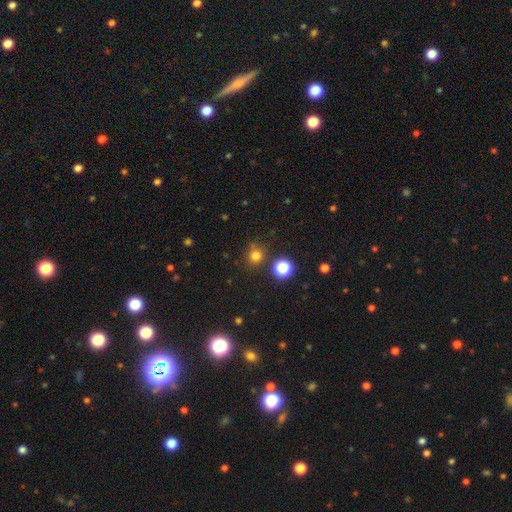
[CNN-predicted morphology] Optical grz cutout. It shows a smooth galaxy with no disk features (75%) that is round (88%). Merging: none (78%).